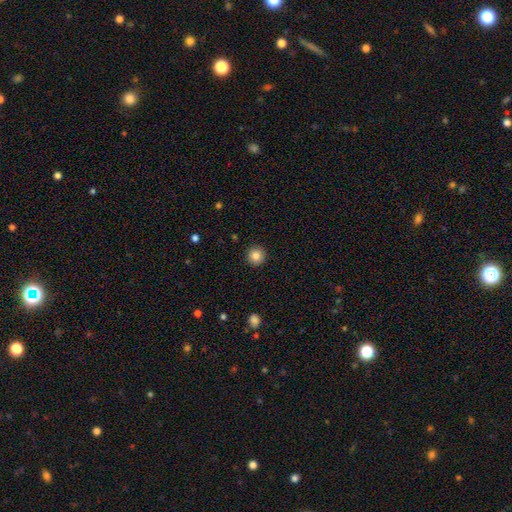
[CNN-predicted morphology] smooth 85%, star or artifact 10%, featured or disk 5%. Down the decision tree: how rounded — round (95%); merging — none (92%).